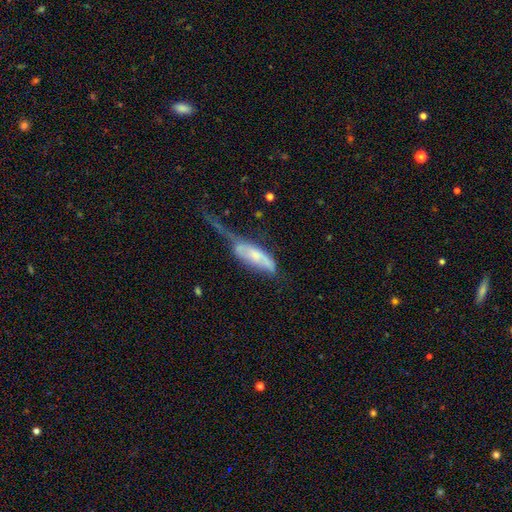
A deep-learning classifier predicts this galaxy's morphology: Smooth or featured: smooth — 48% (featured or disk — 45%)
Merging: major disturbance — 54% (minor disturbance — 21%)